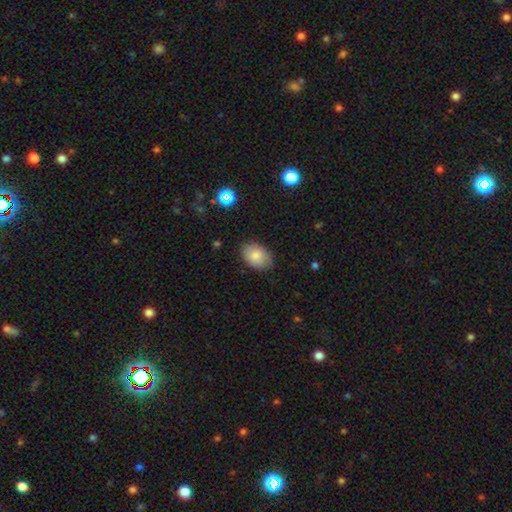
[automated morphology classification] This is clearly a smooth galaxy (83%). How rounded: clearly in between (84%). Merging: clearly none (83%).